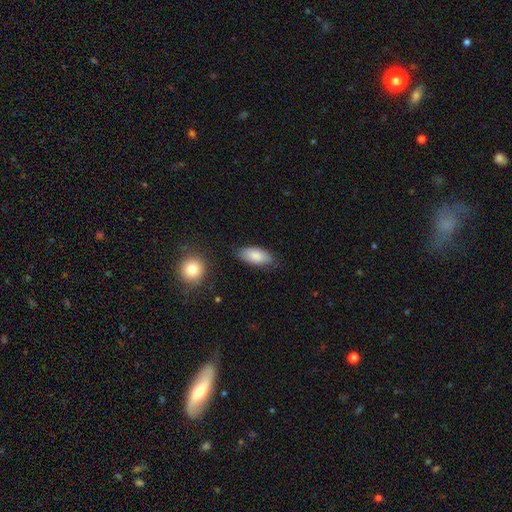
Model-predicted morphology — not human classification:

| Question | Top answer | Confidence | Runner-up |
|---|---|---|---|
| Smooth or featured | smooth | 85% | featured or disk (9%) |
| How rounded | in between | 89% | cigar-shaped (9%) |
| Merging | none | 78% | minor disturbance (16%) |